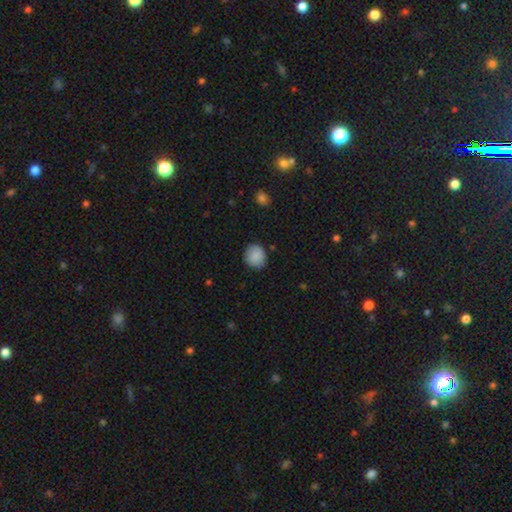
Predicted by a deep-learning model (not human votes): A smooth galaxy with no disk features (88%) that is round (83%).

Vote fractions:
- Smooth or featured? smooth: 88% / star or artifact: 8% / featured or disk: 4%
- How rounded? round: 83% / in between: 16% / cigar-shaped: 1%
- Merging? none: 85% / minor disturbance: 11% / major disturbance: 2% / merger: 1%